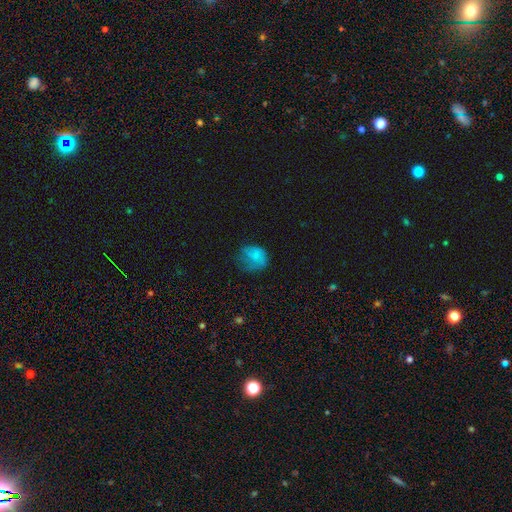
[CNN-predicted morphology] The model was most divided on "how rounded": round: 53%, in between: 45%, cigar-shaped: 1%. Remaining: smooth or featured — smooth (68%); merging — none (39%).